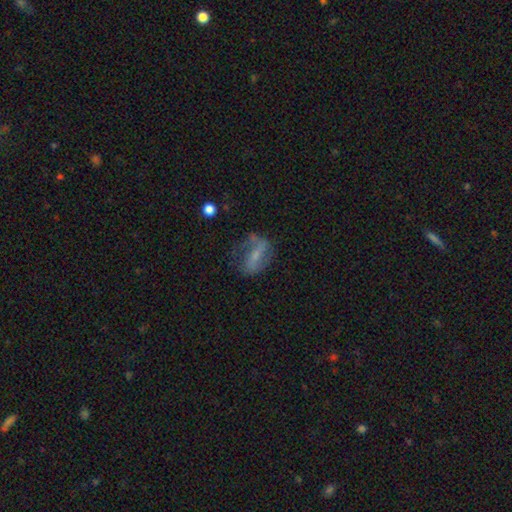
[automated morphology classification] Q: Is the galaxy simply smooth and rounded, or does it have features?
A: featured or disk — 57%.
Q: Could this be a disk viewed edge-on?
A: no — 91%.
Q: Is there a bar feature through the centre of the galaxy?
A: strong — 43%.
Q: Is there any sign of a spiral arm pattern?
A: yes — 62%.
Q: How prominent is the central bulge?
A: small — 45%.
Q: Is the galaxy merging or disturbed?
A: none — 49%.